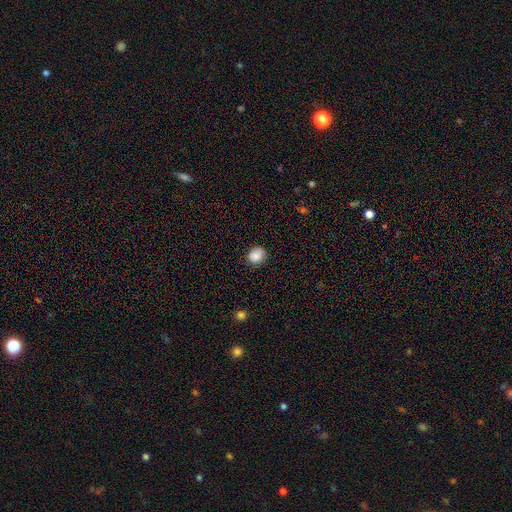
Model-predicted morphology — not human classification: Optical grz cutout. It shows a smooth galaxy with no disk features (87%) that is round (74%). Merging: none (80%).